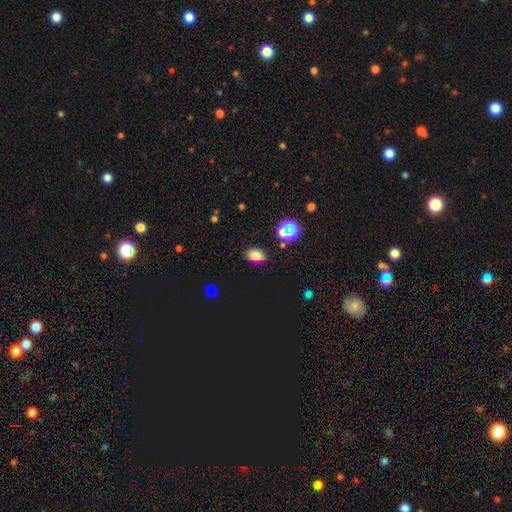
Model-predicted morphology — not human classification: A smooth galaxy with no disk features (73%) that is in between round and cigar-shaped (79%).

Vote fractions:
- Smooth or featured? smooth: 73% / star or artifact: 19% / featured or disk: 8%
- How rounded? in between: 79% / round: 20% / cigar-shaped: 1%
- Merging? none: 81% / minor disturbance: 13% / major disturbance: 3% / merger: 3%